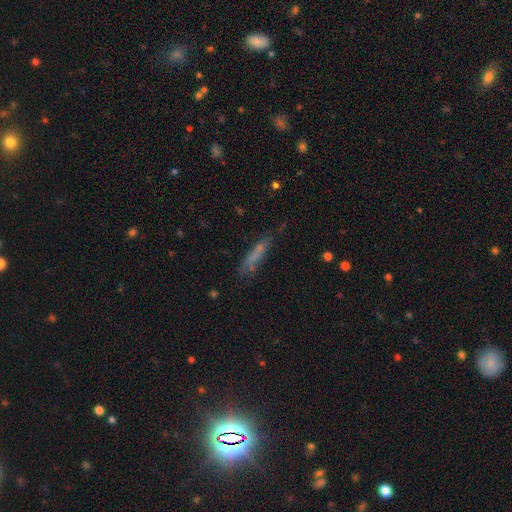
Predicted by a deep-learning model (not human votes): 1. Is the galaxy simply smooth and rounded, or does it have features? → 61% smooth, 27% featured or disk, 12% star or artifact.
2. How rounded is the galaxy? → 84% cigar-shaped, 14% in between, 2% round.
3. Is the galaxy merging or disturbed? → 61% none, 25% minor disturbance, 11% major disturbance, 4% merger.